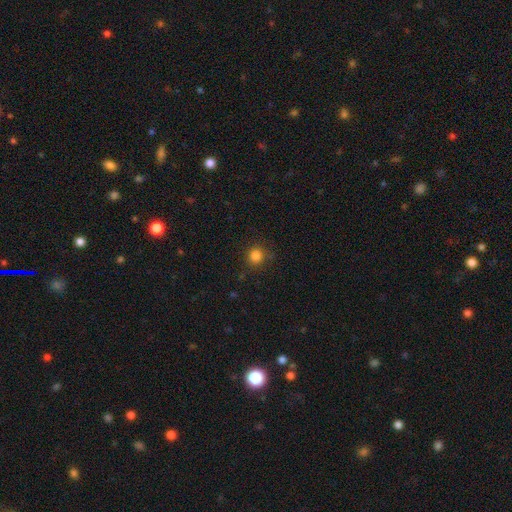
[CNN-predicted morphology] Overall: smooth (83%). How rounded: round (91%). Merging: none (86%).